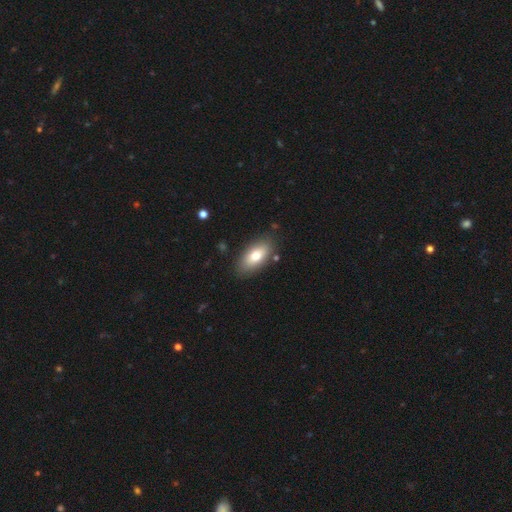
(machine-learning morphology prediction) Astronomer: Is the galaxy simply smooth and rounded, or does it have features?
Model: smooth — 73%.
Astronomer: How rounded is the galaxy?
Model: in between — 89%.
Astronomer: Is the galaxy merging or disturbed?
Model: none — 84%.